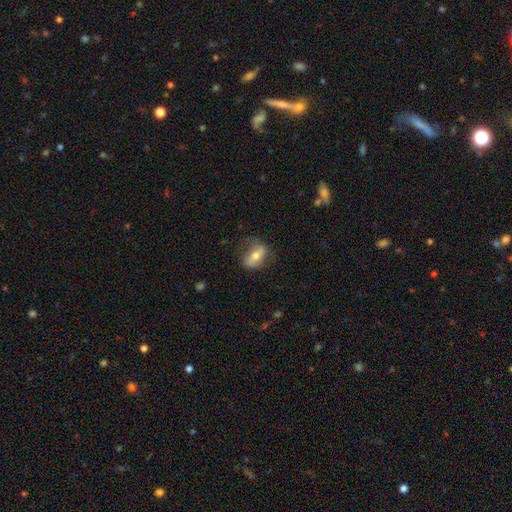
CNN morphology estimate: smooth-or-featured: smooth: 47% | featured or disk: 46% | star or artifact: 7%
  merging: none: 68% | minor disturbance: 21% | major disturbance: 10% | merger: 1%